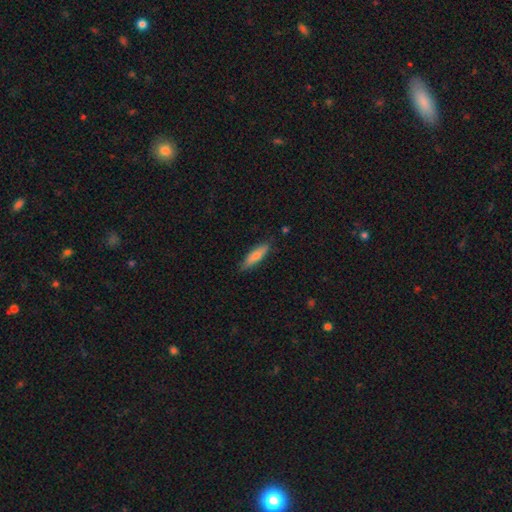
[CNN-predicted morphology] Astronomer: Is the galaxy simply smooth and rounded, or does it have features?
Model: smooth — 76%.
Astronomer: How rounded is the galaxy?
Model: cigar-shaped — 65%.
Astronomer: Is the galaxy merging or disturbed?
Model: none — 83%.